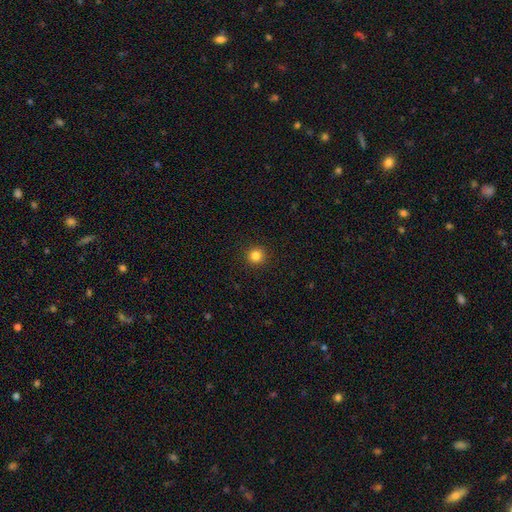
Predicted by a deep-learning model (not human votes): This appears to be a smooth galaxy with no disk features (83%) that is round (95%). Merging: none (93%).